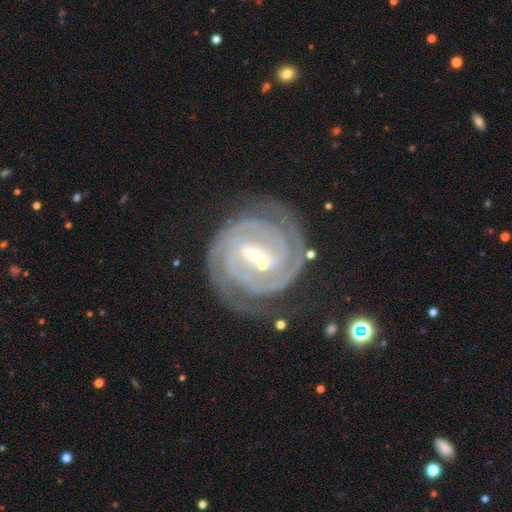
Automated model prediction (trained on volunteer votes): Morphology: type=featured or disk (91%); edge-on=no (97%); bar=strong (43%); spiral arms=yes (98%); winding=tight (80%); arm count=2 (60%); bulge=small (76%); merging=none (70%).